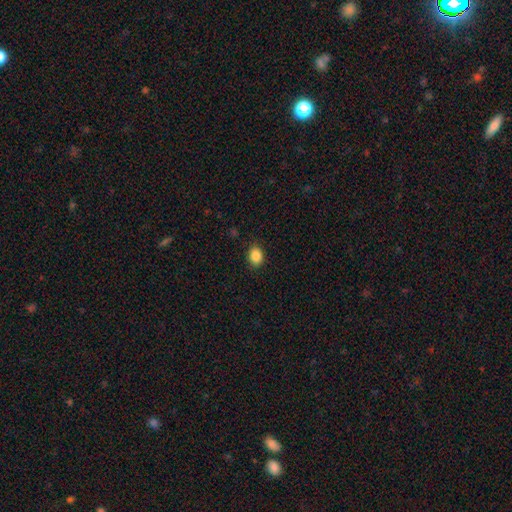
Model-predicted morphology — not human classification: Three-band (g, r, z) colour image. It shows a smooth galaxy with no disk features (87%) that is round (50%). Merging: none (88%).